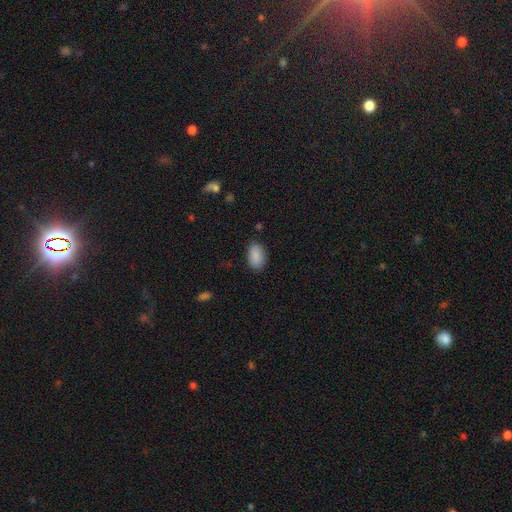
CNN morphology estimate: smooth-or-featured: smooth: 89% | star or artifact: 7% | featured or disk: 4%
  how-rounded: in between: 92% | round: 6% | cigar-shaped: 2%
  merging: none: 83% | minor disturbance: 13% | major disturbance: 3% | merger: 1%